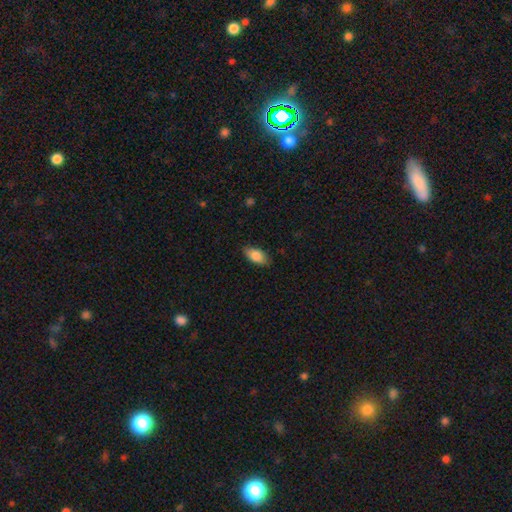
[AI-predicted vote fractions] Smooth or featured? Predicted: smooth (p=0.84). How rounded? Predicted: in between (p=0.91). Merging? Predicted: none (p=0.84).